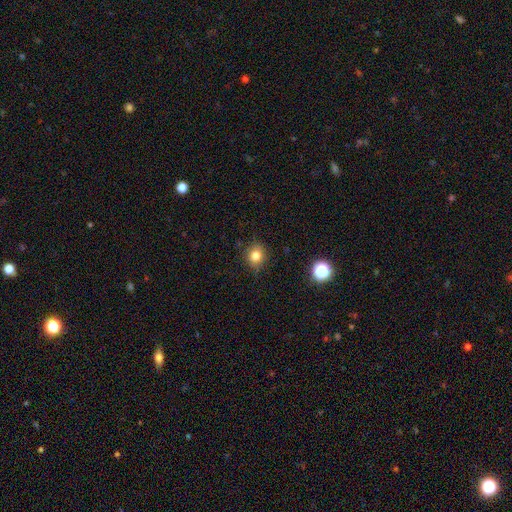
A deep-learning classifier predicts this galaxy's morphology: smooth-or-featured: smooth: 80% | star or artifact: 13% | featured or disk: 7%
  how-rounded: round: 80% | in between: 19% | cigar-shaped: 1%
  merging: none: 83% | minor disturbance: 13% | major disturbance: 3% | merger: 1%